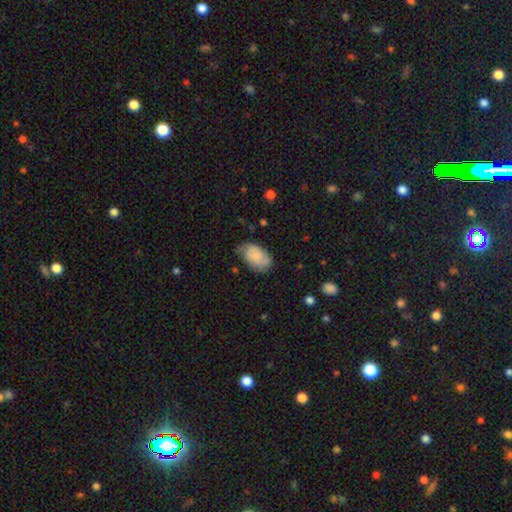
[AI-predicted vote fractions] A smooth galaxy with no disk features (66%) that is in between round and cigar-shaped (91%). Merging: none (58%).